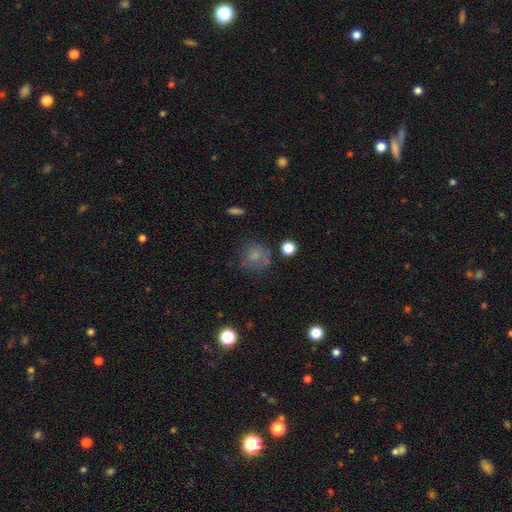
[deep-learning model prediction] Smooth or featured? Predicted: smooth (p=0.72). How rounded? Predicted: round (p=0.81). Merging? Predicted: none (p=0.62).